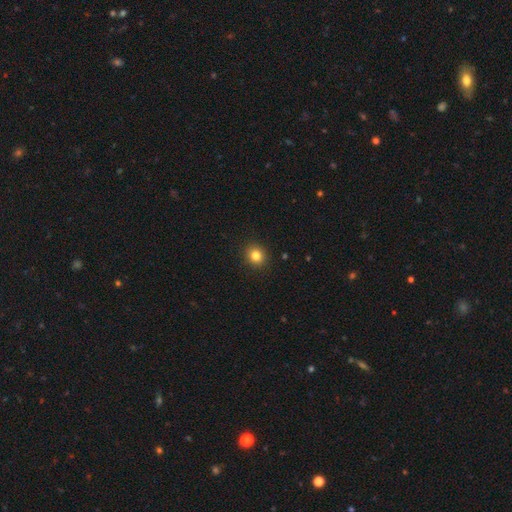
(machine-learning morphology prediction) smooth 82%, star or artifact 12%, featured or disk 6%. Down the decision tree: how rounded — round (86%); merging — none (92%).